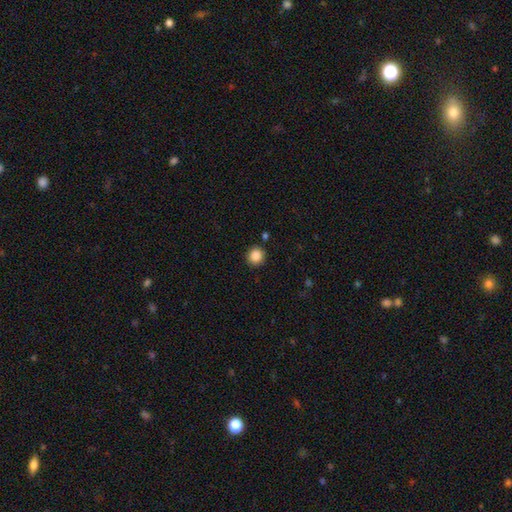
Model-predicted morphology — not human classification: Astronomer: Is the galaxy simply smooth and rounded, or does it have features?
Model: smooth — 87%.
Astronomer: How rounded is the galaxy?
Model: round — 92%.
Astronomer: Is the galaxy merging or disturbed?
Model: none — 90%.